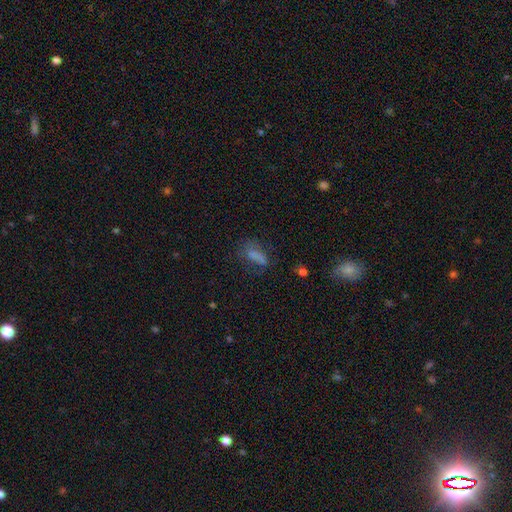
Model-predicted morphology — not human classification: This is likely a smooth galaxy (62%). How rounded: likely in between (76%). Merging: marginally none (45%).